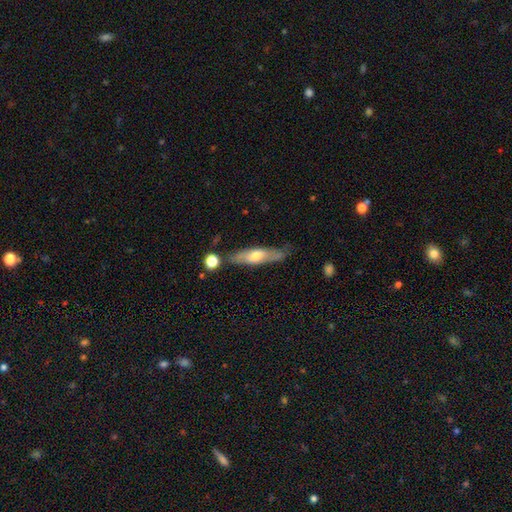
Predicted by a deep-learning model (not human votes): Smooth or featured? Predicted: featured or disk (p=0.48). Merging? Predicted: none (p=0.72).